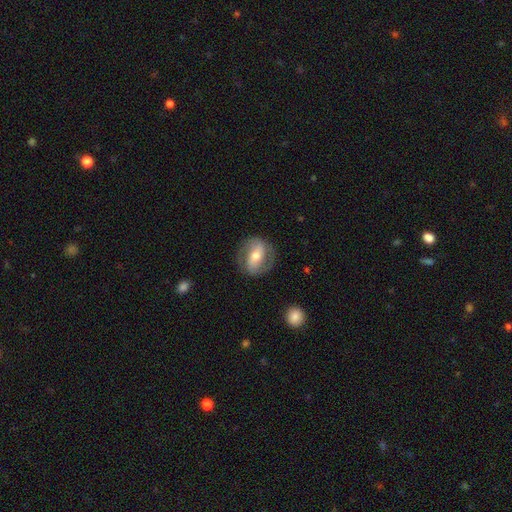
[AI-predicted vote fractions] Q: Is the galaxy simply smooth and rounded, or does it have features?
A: featured or disk — 66%.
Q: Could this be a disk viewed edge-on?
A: no — 95%.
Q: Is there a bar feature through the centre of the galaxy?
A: strong — 43%.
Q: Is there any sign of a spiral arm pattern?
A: yes — 78%.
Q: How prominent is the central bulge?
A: moderate — 63%.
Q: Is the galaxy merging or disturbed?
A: none — 79%.